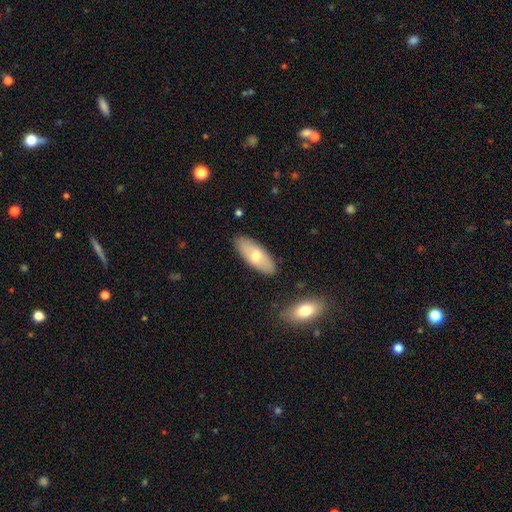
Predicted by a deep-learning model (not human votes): Smooth or featured? smooth (64%)
How rounded? in between (79%)
Merging? none (85%)